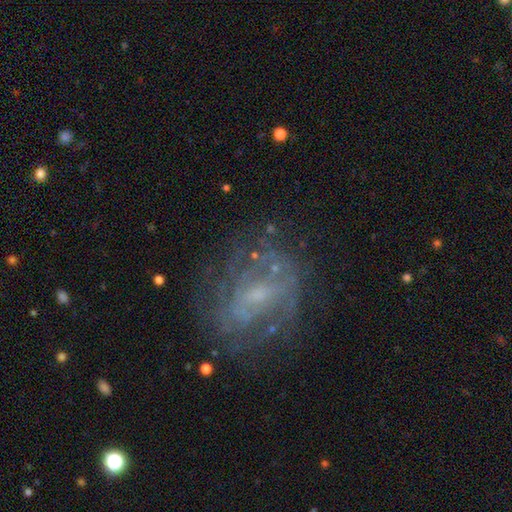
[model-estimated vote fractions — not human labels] smooth-or-featured: featured or disk: 75% | smooth: 14% | star or artifact: 11%
  disk-edge-on: no: 97% | yes: 3%
    bar: weak: 47% | no: 37% | strong: 15%
    has-spiral-arms: yes: 73% | no: 27%
      spiral-winding: tight: 41% | medium: 39% | loose: 19%
      spiral-arm-count: can't tell: 47% | 2: 25% | 3: 11% | 4: 7% | 1: 6% | more than 4: 5%
    bulge-size: small: 49% | moderate: 30% | none: 17% | large: 3% | dominant: 1%
  merging: none: 62% | minor disturbance: 19% | major disturbance: 17% | merger: 3%